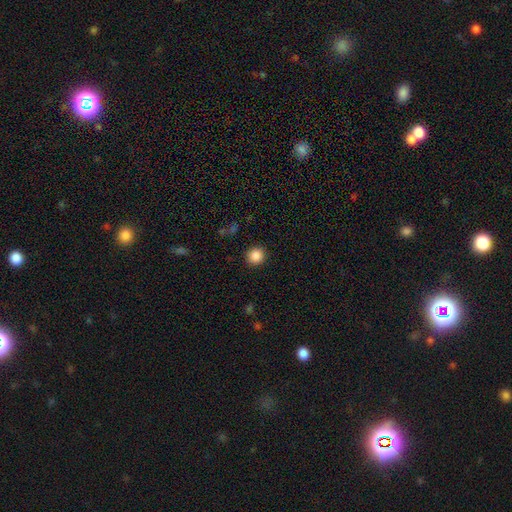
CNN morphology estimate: This is clearly a smooth galaxy (87%). How rounded: clearly round (93%). Merging: clearly none (91%).